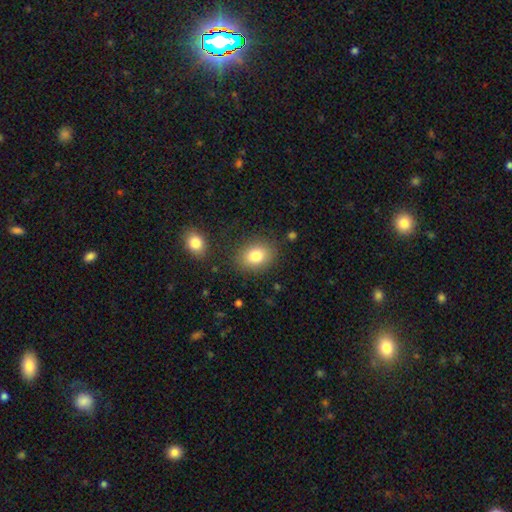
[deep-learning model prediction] Overall: smooth (81%). How rounded: in between (54%; round 45%). Merging: none (83%).